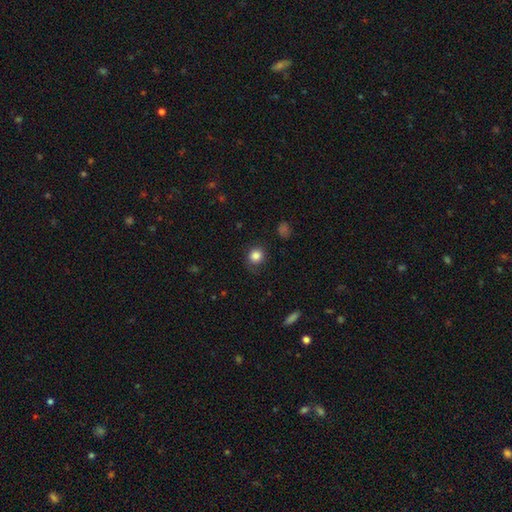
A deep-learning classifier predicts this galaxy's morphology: smooth_or_featured: smooth (p=0.84) [alt: star or artifact p=0.11]
how_rounded: round (p=0.87) [alt: in between p=0.12]
merging: none (p=0.81) [alt: minor disturbance p=0.13]